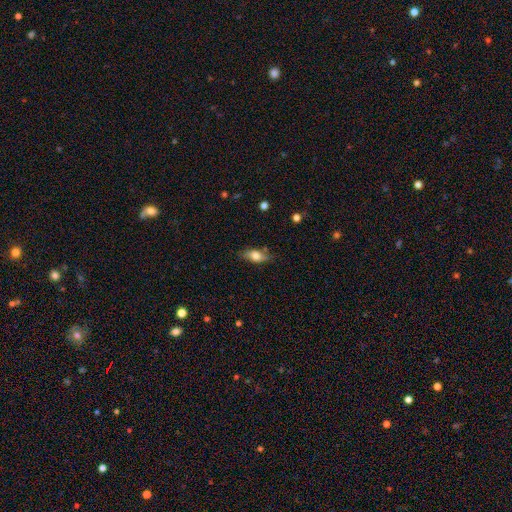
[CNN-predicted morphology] A smooth galaxy with no disk features (70%) that is in between round and cigar-shaped (79%). Merging: none (76%).